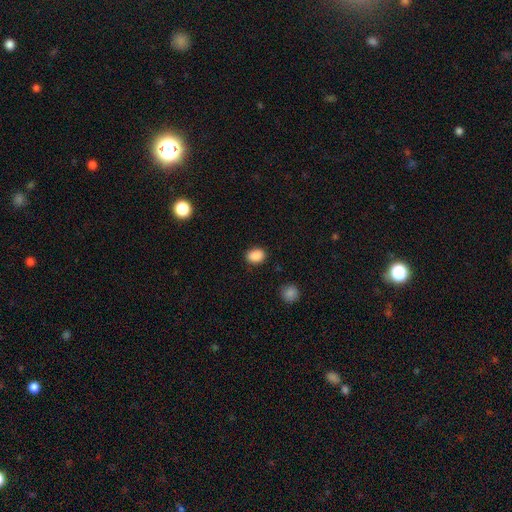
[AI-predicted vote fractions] smooth-or-featured: smooth: 89% | star or artifact: 9% | featured or disk: 3%
  how-rounded: in between: 68% | round: 31% | cigar-shaped: 1%
  merging: none: 87% | minor disturbance: 9% | major disturbance: 3% | merger: 1%